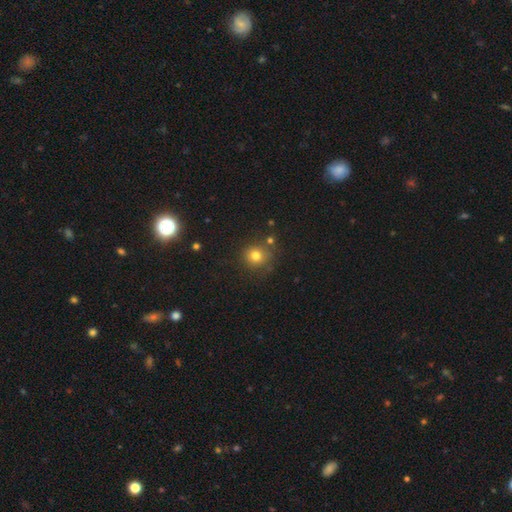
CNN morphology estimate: Smooth or featured: smooth — 78% (star or artifact — 15%)
How rounded: round — 90% (in between — 9%)
Merging: none — 79% (minor disturbance — 11%)